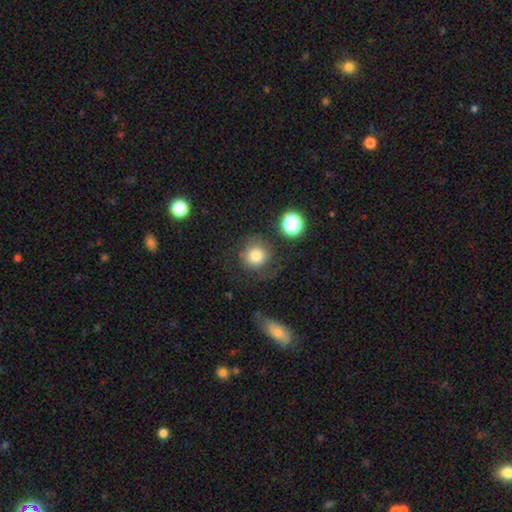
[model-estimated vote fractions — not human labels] The model was most divided on "merging": none: 62%, minor disturbance: 17%, major disturbance: 16%, merger: 5%. More confident: how rounded — round (90%); smooth or featured — smooth (74%).